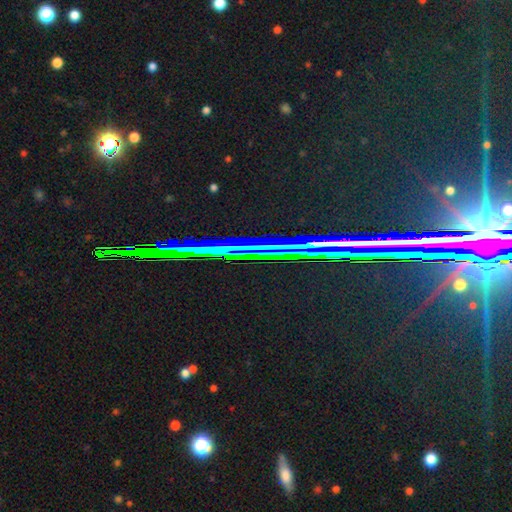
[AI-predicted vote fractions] A star or artifact, not a galaxy (77%).